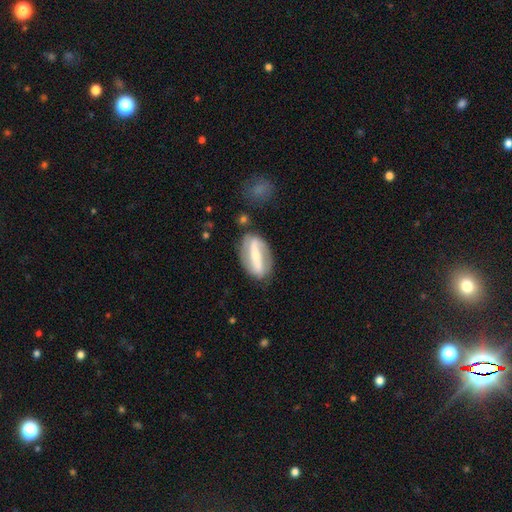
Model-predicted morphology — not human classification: smooth-or-featured: featured or disk: 76% | smooth: 19% | star or artifact: 5%
  disk-edge-on: no: 86% | yes: 14%
    bar: strong: 80% | weak: 13% | no: 7%
    has-spiral-arms: yes: 69% | no: 31%
    bulge-size: small: 46% | moderate: 42% | large: 6% | none: 4% | dominant: 2%
  merging: none: 78% | minor disturbance: 14% | major disturbance: 5% | merger: 3%